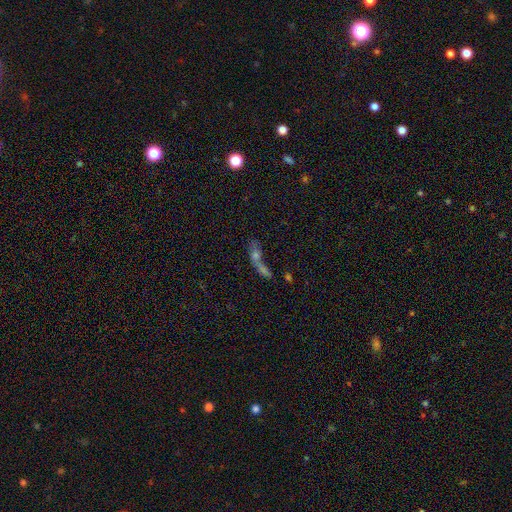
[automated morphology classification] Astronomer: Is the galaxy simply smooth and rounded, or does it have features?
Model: smooth — 47% (runner-up: featured or disk, 32%).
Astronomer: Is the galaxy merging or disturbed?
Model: merger — 55%.